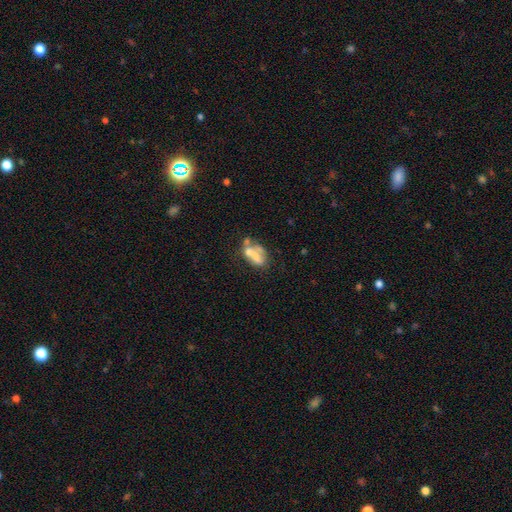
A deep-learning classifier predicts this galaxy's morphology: This is possibly a featured or disk galaxy (46%). Merging: marginally merger (43%).